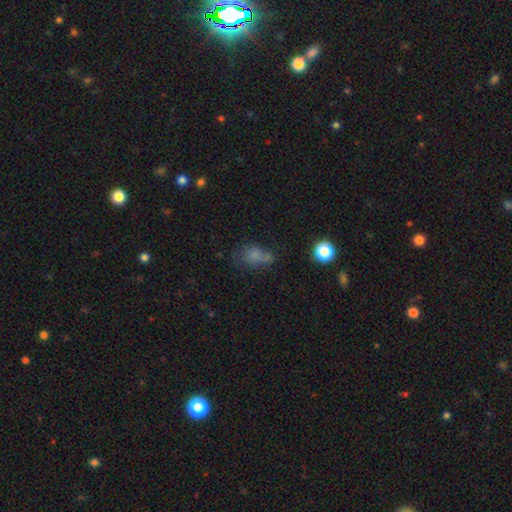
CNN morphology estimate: This appears to be a smooth galaxy with no disk features (67%) that is in between round and cigar-shaped (70%). Merging: none (36%).